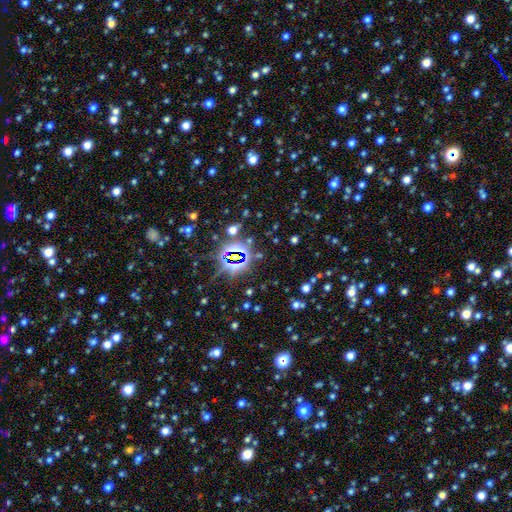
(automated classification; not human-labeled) Smooth or featured?
  - star or artifact: 79% *
  - smooth: 13%
  - featured or disk: 9%